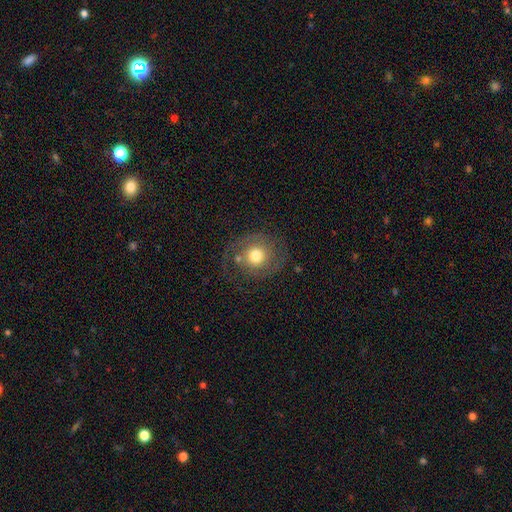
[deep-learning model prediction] featured or disk 58%, smooth 33%, star or artifact 9%. Down the decision tree: edge-on disk — no (97%); bar — no (81%); spiral arms — yes (82%); bulge size — moderate (65%); merging — none (67%).